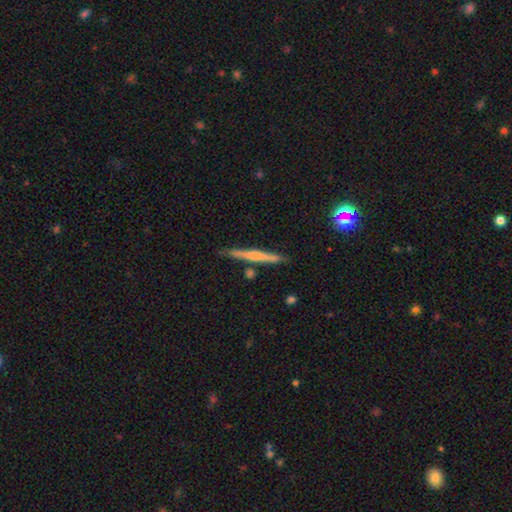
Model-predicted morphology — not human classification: smooth 48%, featured or disk 45%, star or artifact 7%. Down the decision tree: merging — none (84%).